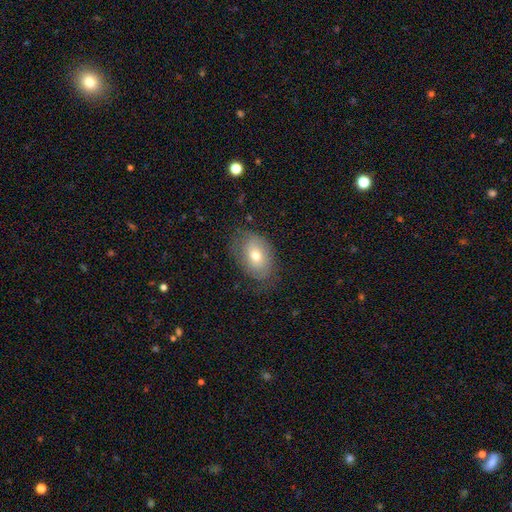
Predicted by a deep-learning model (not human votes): Overall: smooth (66%; featured or disk 26%). How rounded: in between (83%). Merging: none (69%).